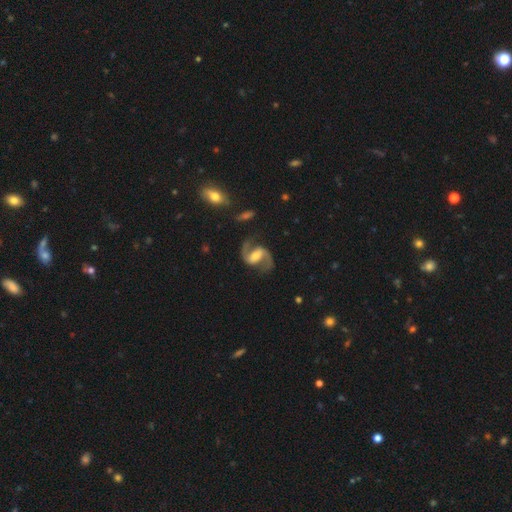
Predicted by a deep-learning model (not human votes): smooth_or_featured: featured or disk (p=0.90) [alt: smooth p=0.05]
disk_edge_on: no (p=0.98) [alt: yes p=0.02]
bar: weak (p=0.42) [tied with: strong p=0.42]
has_spiral_arms: yes (p=0.98) [alt: no p=0.02]
spiral_winding: medium (p=0.54) [alt: loose p=0.36]
spiral_arm_count: 2 (p=0.94) [alt: 1 p=0.02]
bulge_size: moderate (p=0.46) [alt: small p=0.30]
merging: none (p=0.78) [alt: minor disturbance p=0.13]